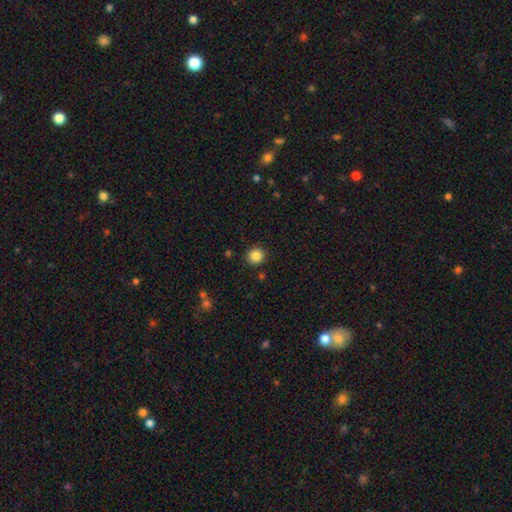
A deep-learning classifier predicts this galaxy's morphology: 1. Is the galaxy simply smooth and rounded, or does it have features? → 85% smooth, 11% star or artifact, 4% featured or disk.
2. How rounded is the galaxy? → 92% round, 7% in between, 1% cigar-shaped.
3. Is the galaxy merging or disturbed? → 90% none, 6% minor disturbance, 2% major disturbance, 2% merger.